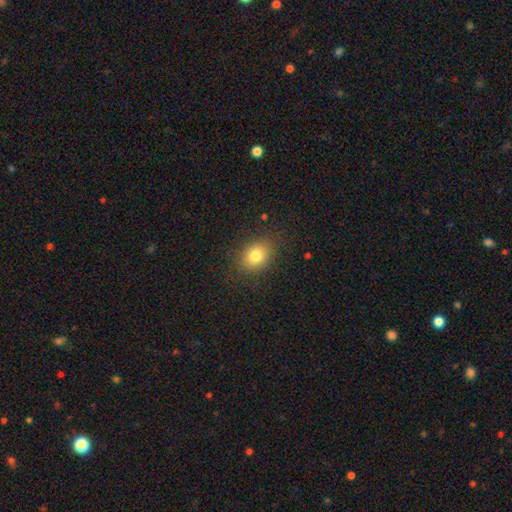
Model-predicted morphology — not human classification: The model was most divided on "how rounded": in between: 59%, round: 40%, cigar-shaped: 1%. More confident: merging — none (85%); smooth or featured — smooth (79%).